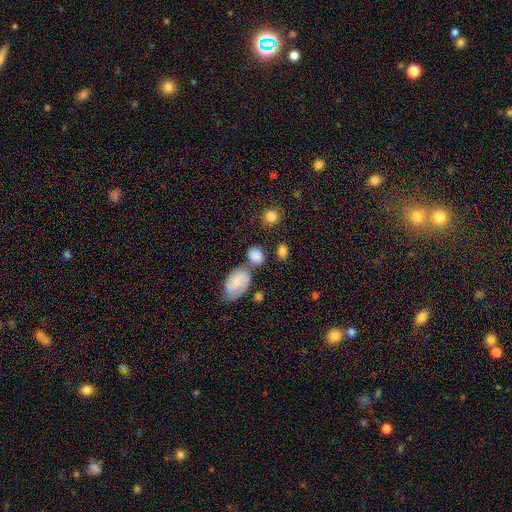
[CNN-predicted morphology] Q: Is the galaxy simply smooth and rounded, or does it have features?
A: smooth — 80%.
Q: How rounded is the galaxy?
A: in between — 57%.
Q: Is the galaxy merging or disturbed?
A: none — 55%.